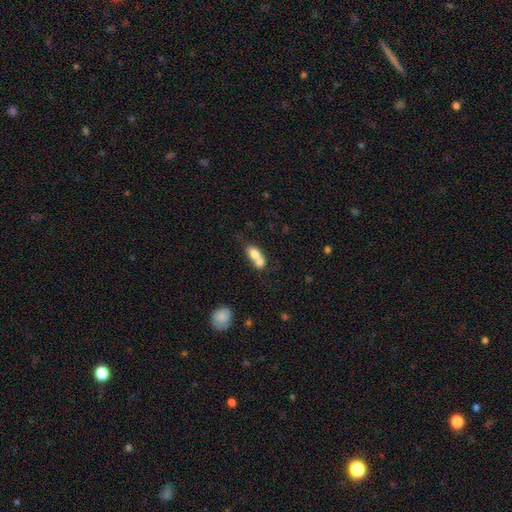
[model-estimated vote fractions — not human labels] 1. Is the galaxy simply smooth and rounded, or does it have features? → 72% smooth, 20% featured or disk, 8% star or artifact.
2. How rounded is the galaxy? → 69% in between, 25% round, 5% cigar-shaped.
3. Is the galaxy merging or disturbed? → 70% merger, 19% none, 7% minor disturbance, 4% major disturbance.